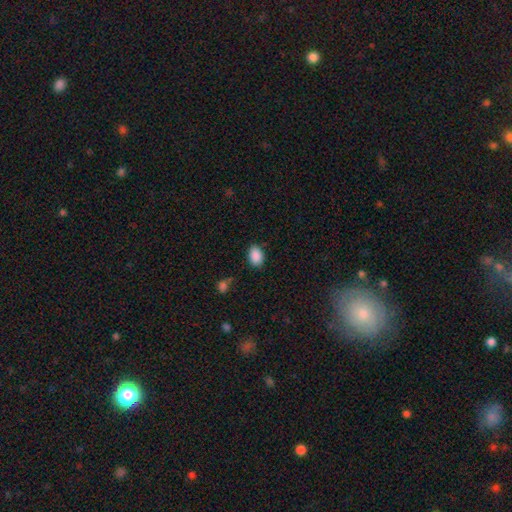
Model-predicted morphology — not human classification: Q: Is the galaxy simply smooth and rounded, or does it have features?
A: smooth — 89%.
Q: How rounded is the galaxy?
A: in between — 81%.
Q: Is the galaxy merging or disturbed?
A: none — 84%.